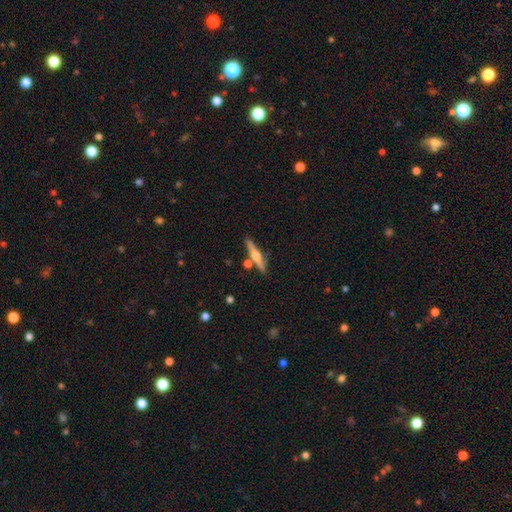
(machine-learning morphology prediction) smooth-or-featured: featured or disk: 65% | smooth: 29% | star or artifact: 6%
  disk-edge-on: yes: 97% | no: 3%
    edge-on-bulge: rounded: 89% | boxy: 6% | none: 5%
  merging: none: 79% | minor disturbance: 10% | merger: 9% | major disturbance: 2%